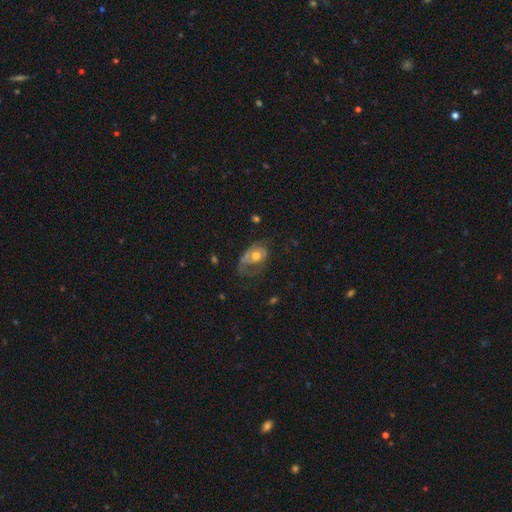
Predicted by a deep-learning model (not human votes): Q: Smooth or featured?
A: featured or disk (53%); runner-up: smooth (39%)
Q: Edge-on disk?
A: no (95%); runner-up: yes (5%)
Q: Bar?
A: no (82%); runner-up: weak (15%)
Q: Spiral arms?
A: yes (56%); runner-up: no (44%)
Q: Bulge size?
A: moderate (67%); runner-up: large (15%)
Q: Merging?
A: major disturbance (40%); runner-up: none (31%)